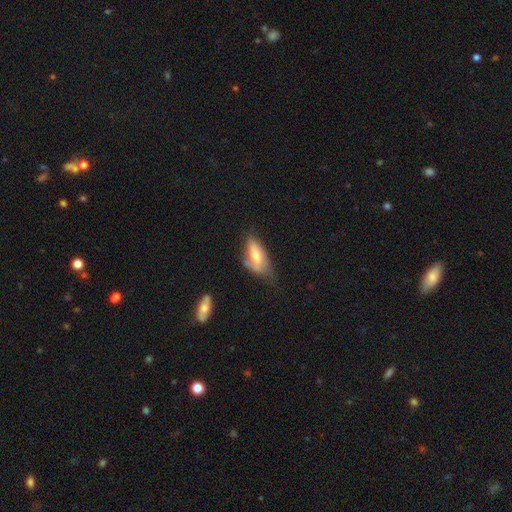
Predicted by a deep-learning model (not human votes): Smooth or featured?
  - smooth: 48% *
  - featured or disk: 43%
  - star or artifact: 8%
Merging?
  - none: 39% *
  - minor disturbance: 37%
  - major disturbance: 19%
  - merger: 5%